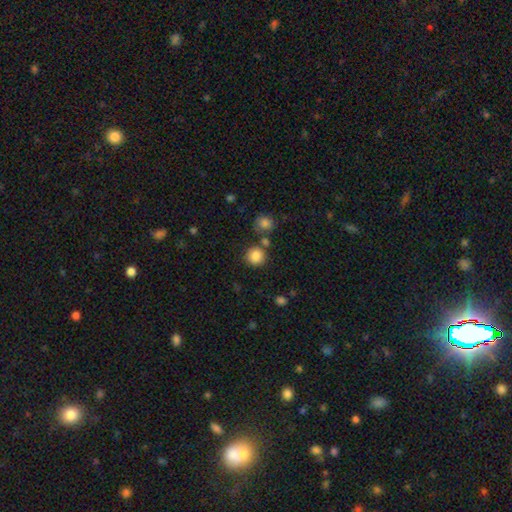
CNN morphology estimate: A smooth galaxy with no disk features (85%) that is round (91%).

Vote fractions:
- Smooth or featured? smooth: 85% / star or artifact: 10% / featured or disk: 5%
- How rounded? round: 91% / in between: 8% / cigar-shaped: 1%
- Merging? none: 78% / merger: 10% / minor disturbance: 9% / major disturbance: 3%